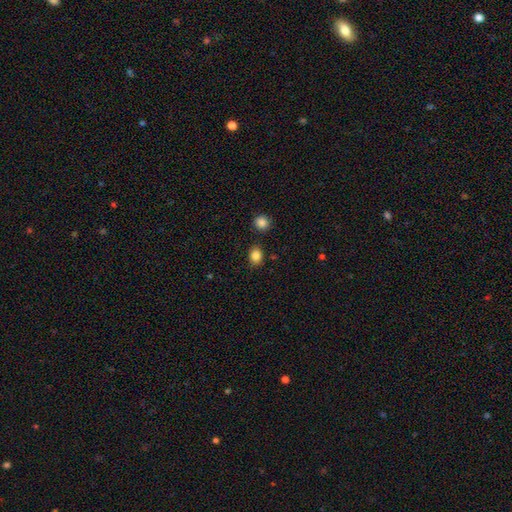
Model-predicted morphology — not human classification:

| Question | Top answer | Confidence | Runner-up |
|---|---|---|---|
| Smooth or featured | smooth | 85% | star or artifact (10%) |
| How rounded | round | 51% | in between (48%) |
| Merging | none | 82% | minor disturbance (11%) |